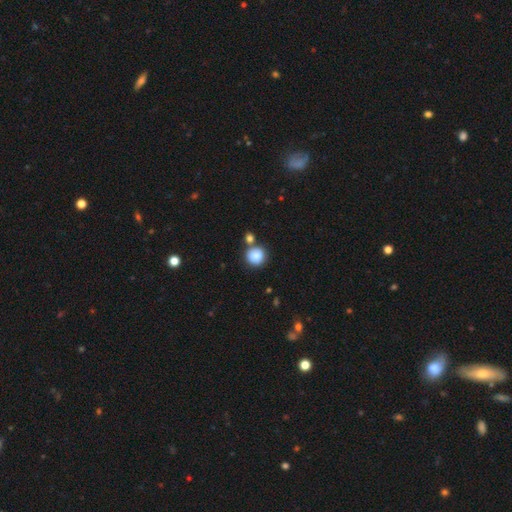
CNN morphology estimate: smooth-or-featured: smooth: 86% | star or artifact: 9% | featured or disk: 5%
  how-rounded: round: 91% | in between: 8% | cigar-shaped: 1%
  merging: none: 66% | merger: 19% | minor disturbance: 11% | major disturbance: 4%